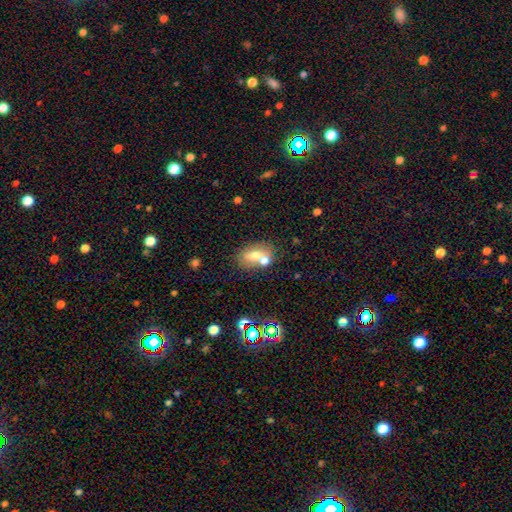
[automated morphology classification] A smooth galaxy with no disk features (64%) that is in between round and cigar-shaped (75%).

Vote fractions:
- Smooth or featured? smooth: 64% / featured or disk: 24% / star or artifact: 11%
- How rounded? in between: 75% / round: 23% / cigar-shaped: 2%
- Merging? none: 46% / merger: 37% / minor disturbance: 12% / major disturbance: 5%